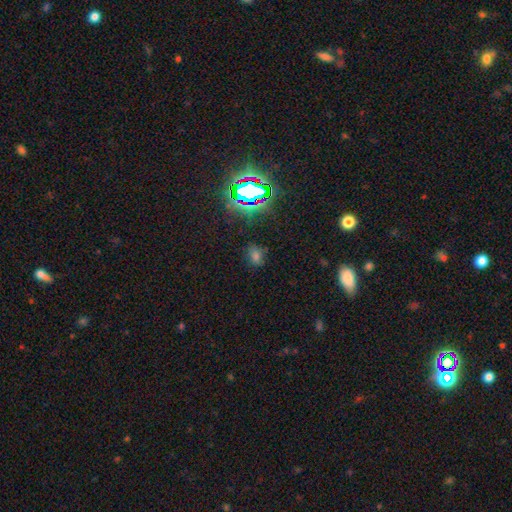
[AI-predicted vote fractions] Smooth or featured: smooth — 51% (star or artifact — 41%)
How rounded: in between — 53% (round — 45%)
Merging: none — 81% (minor disturbance — 12%)